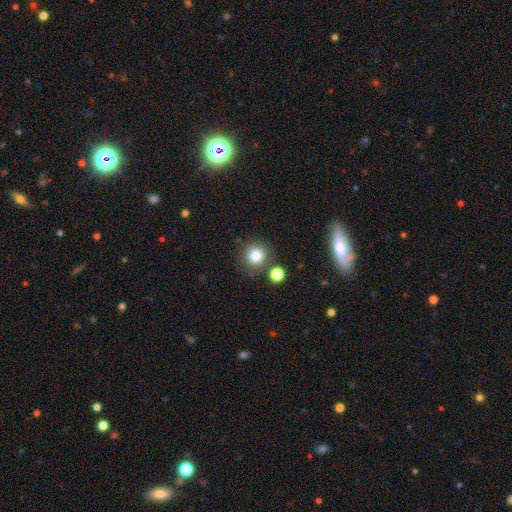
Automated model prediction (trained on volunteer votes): A smooth galaxy with no disk features (82%) that is round (92%).

Vote fractions:
- Smooth or featured? smooth: 82% / star or artifact: 12% / featured or disk: 6%
- How rounded? round: 92% / in between: 7% / cigar-shaped: 1%
- Merging? none: 79% / minor disturbance: 9% / merger: 8% / major disturbance: 3%